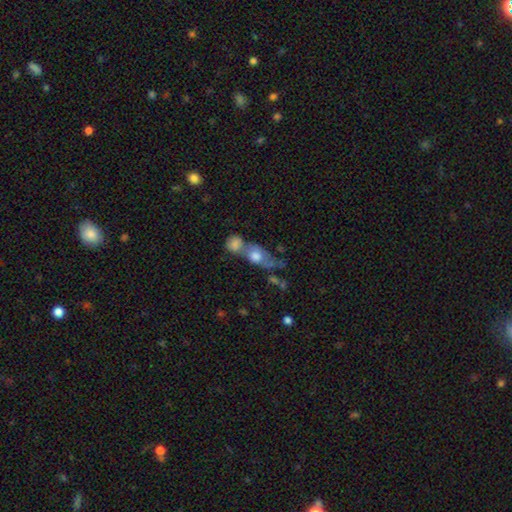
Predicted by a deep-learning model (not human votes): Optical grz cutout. It shows a smooth galaxy with no disk features (63%) that is in between round and cigar-shaped (56%). Merging: merger (60%).